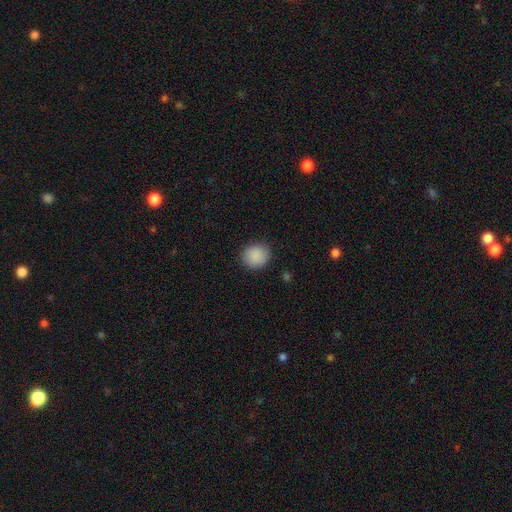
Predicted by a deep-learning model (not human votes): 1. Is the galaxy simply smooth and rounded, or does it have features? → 89% smooth, 8% star or artifact, 3% featured or disk.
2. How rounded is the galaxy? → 86% round, 13% in between, 1% cigar-shaped.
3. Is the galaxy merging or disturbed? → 88% none, 8% minor disturbance, 3% major disturbance, 1% merger.